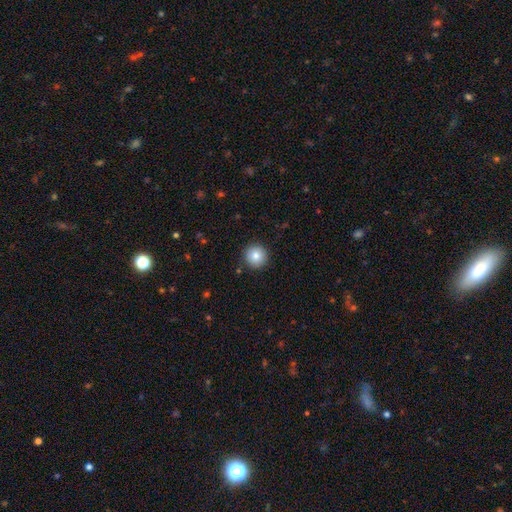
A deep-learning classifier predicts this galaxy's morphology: Smooth or featured? Predicted: smooth (p=0.84). How rounded? Predicted: round (p=0.96). Merging? Predicted: none (p=0.90).